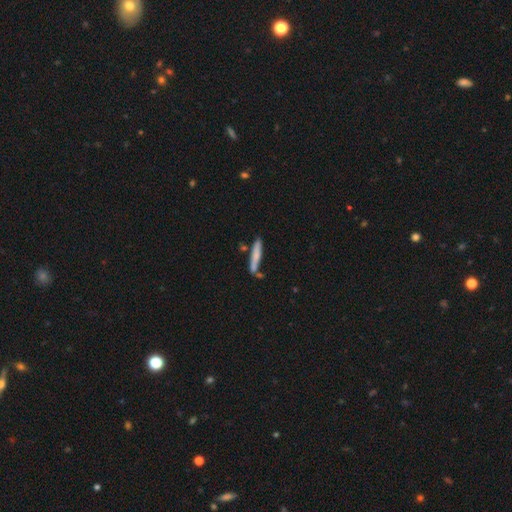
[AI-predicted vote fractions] A smooth galaxy with no disk features (73%) that is cigar-shaped (92%). Merging: none (73%).